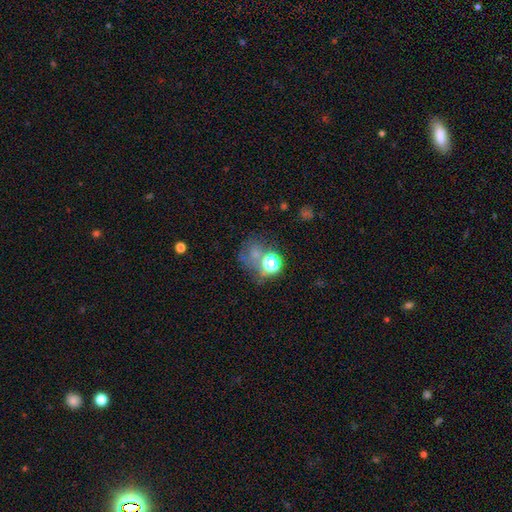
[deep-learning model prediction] Smooth or featured: smooth — 44% (star or artifact — 37%)
Merging: none — 45% (merger — 20%)